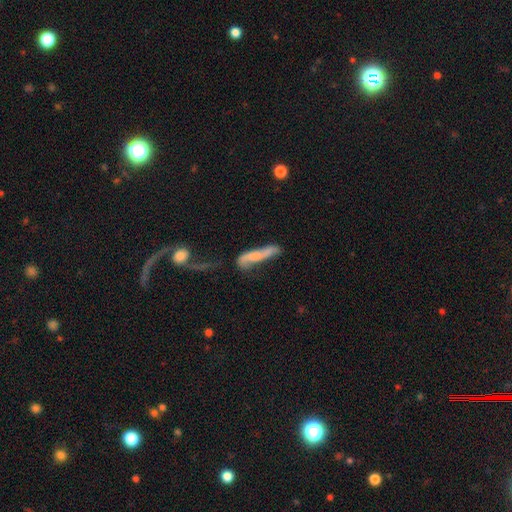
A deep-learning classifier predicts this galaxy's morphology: A featured or disk galaxy (48%).

Vote fractions:
- Smooth or featured? featured or disk: 48% / smooth: 43% / star or artifact: 9%
- Merging? none: 33% / major disturbance: 27% / minor disturbance: 22% / merger: 18%